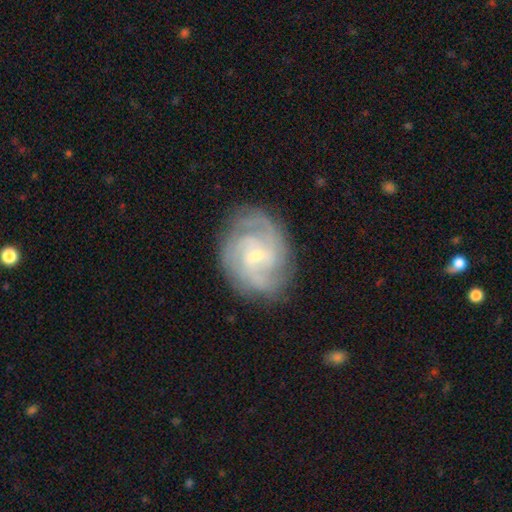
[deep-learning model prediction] smooth-or-featured: featured or disk: 85% | smooth: 9% | star or artifact: 6%
  disk-edge-on: no: 98% | yes: 2%
    bar: weak: 49% | no: 42% | strong: 9%
    has-spiral-arms: yes: 96% | no: 4%
      spiral-winding: tight: 60% | medium: 34% | loose: 6%
      spiral-arm-count: 3: 27% | can't tell: 26% | 2: 20% | 4: 16% | more than 4: 6% | 1: 5%
    bulge-size: small: 67% | moderate: 30% | none: 2% | large: 1% | dominant: 1%
  merging: none: 77% | minor disturbance: 16% | major disturbance: 5% | merger: 1%